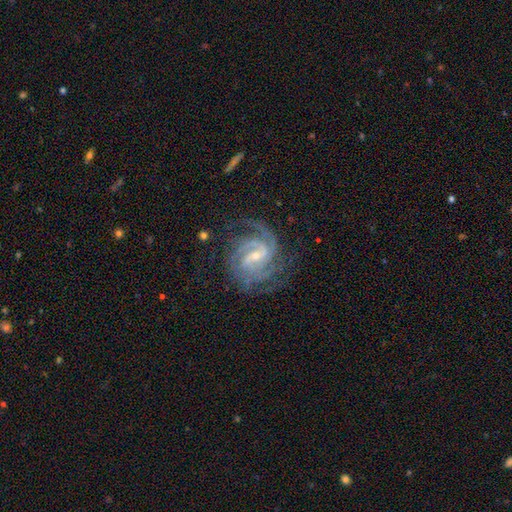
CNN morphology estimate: This is clearly a featured or disk galaxy (92%). It is clearly not viewed edge-on (98%). Bar: possibly weak (51%). Spiral arm pattern: clearly yes (98%). Spiral arm count: marginally 3 (31%). Spiral winding: possibly tight (59%). Central bulge: likely small (66%). Merging: likely none (72%).